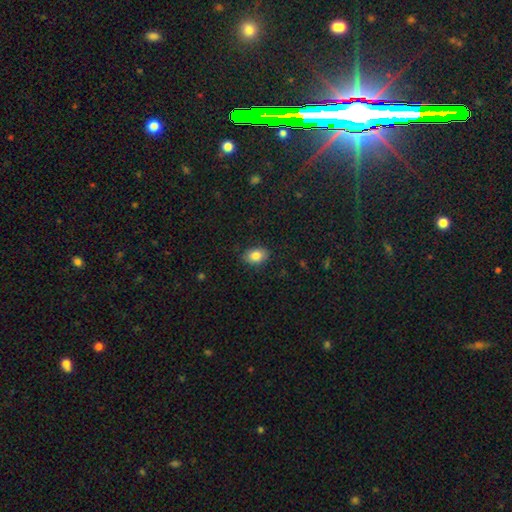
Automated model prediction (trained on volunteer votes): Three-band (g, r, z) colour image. It shows a smooth galaxy with no disk features (84%) that is in between round and cigar-shaped (79%). Merging: none (86%).